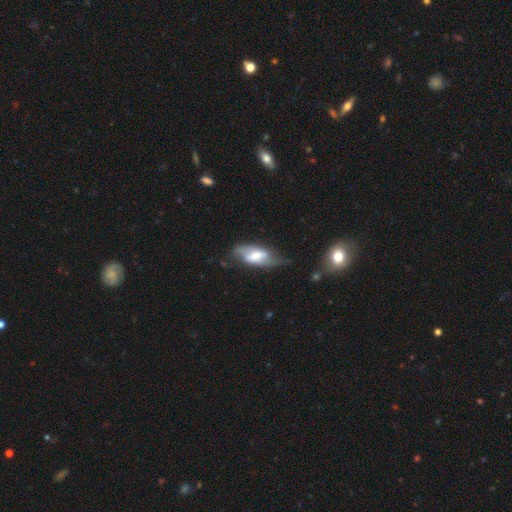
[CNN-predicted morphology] type=featured or disk (65%); edge-on=no (87%); bar=weak (42%); spiral arms=yes (82%); bulge=moderate (52%); merging=none (53%).